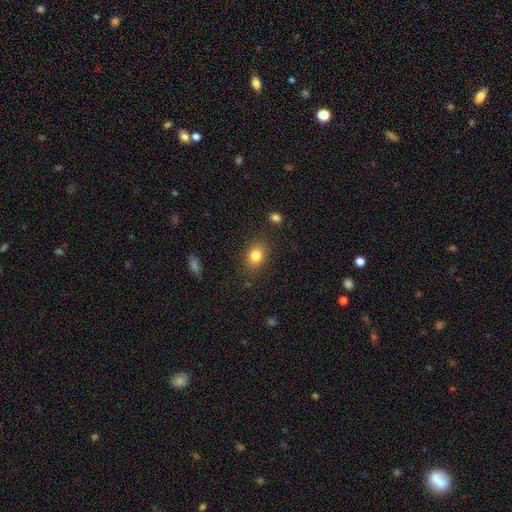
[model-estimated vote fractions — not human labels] Smooth or featured? smooth (82%)
How rounded? in between (64%)
Merging? none (84%)